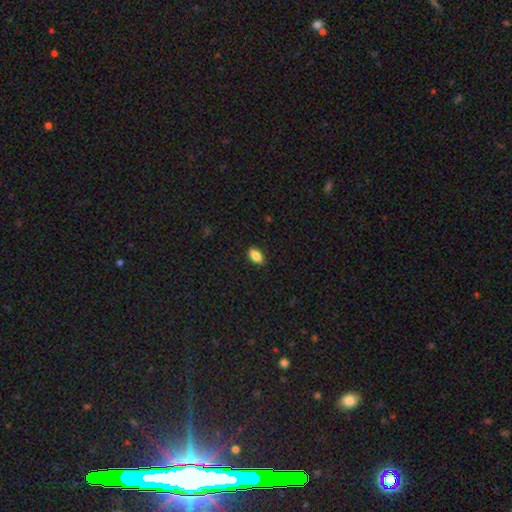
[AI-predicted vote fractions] Morphology: type=smooth (86%); roundness=in between (90%); merging=none (89%).